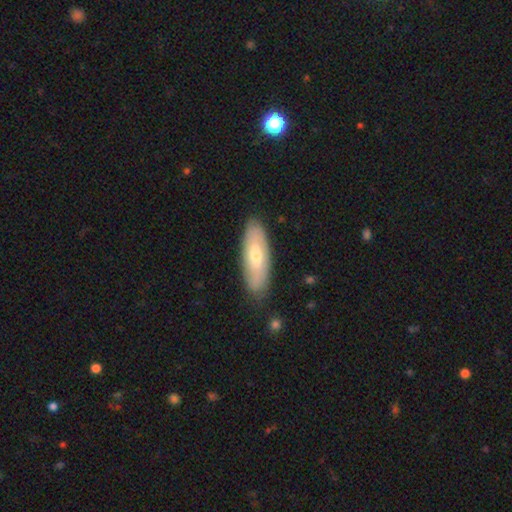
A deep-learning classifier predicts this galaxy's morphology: type=smooth (56%); roundness=in between (65%); merging=none (84%).